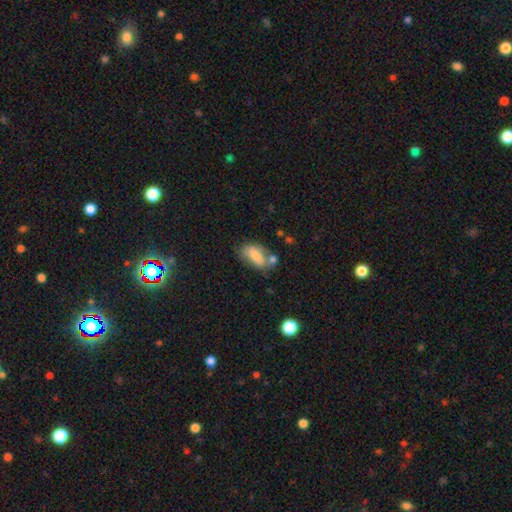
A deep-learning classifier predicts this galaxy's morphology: A smooth galaxy with no disk features (67%) that is in between round and cigar-shaped (87%).

Vote fractions:
- Smooth or featured? smooth: 67% / featured or disk: 25% / star or artifact: 8%
- How rounded? in between: 87% / cigar-shaped: 7% / round: 6%
- Merging? none: 48% / minor disturbance: 21% / merger: 21% / major disturbance: 9%